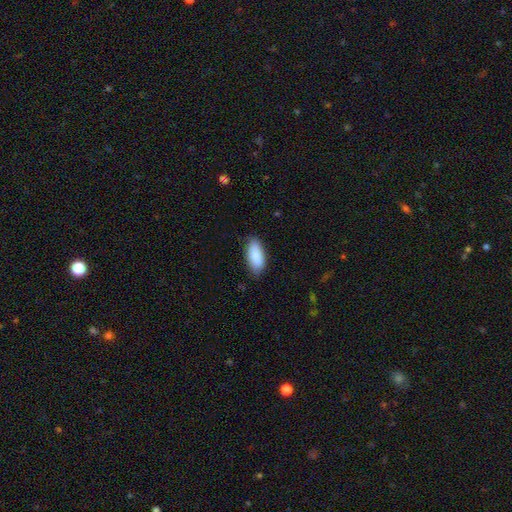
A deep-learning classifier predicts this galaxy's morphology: smooth_or_featured: smooth (p=0.89) [alt: star or artifact p=0.06]
how_rounded: in between (p=0.85) [alt: cigar-shaped p=0.13]
merging: none (p=0.82) [alt: minor disturbance p=0.14]